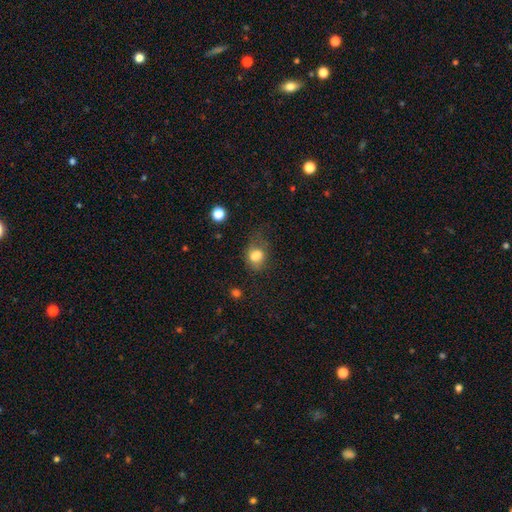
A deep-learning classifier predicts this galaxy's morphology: Overall: smooth (73%). How rounded: in between (57%; round 41%). Merging: none (37%; minor disturbance 25%).